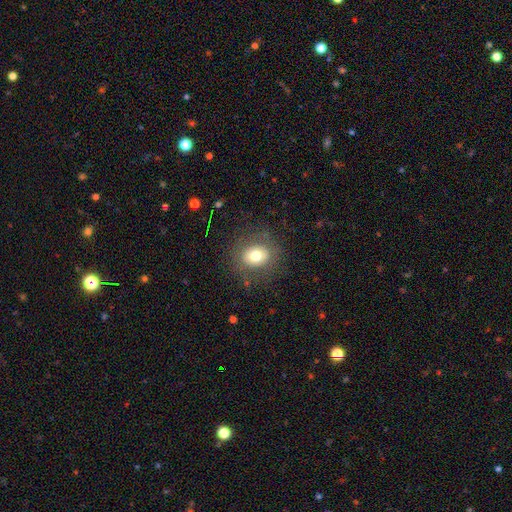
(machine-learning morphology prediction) Smooth or featured?
  - smooth: 70% *
  - featured or disk: 18%
  - star or artifact: 12%
How rounded?
  - round: 69% *
  - in between: 30%
  - cigar-shaped: 1%
Merging?
  - none: 80% *
  - minor disturbance: 12%
  - major disturbance: 7%
  - merger: 1%